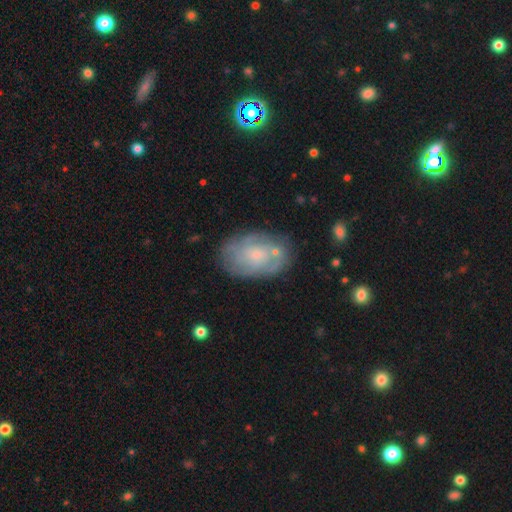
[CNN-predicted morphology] Overall: featured or disk (62%; smooth 31%). Edge-on disk: no (96%). Bar: no (75%). Spiral arms: yes (77%). Bulge size: small (66%). Merging: none (70%).